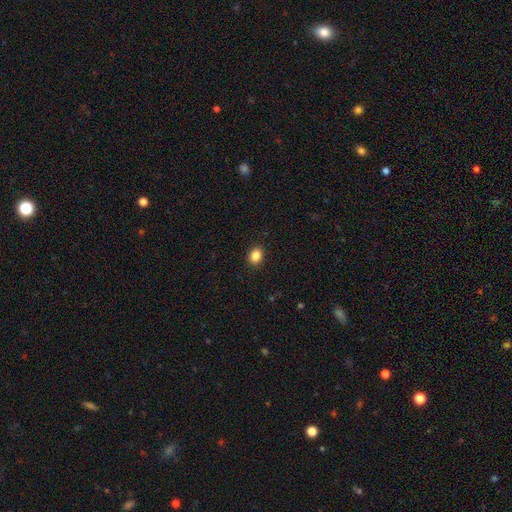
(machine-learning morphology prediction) Q: Smooth or featured?
A: smooth (86%); runner-up: star or artifact (10%)
Q: How rounded?
A: round (55%); runner-up: in between (45%)
Q: Merging?
A: none (90%); runner-up: minor disturbance (7%)